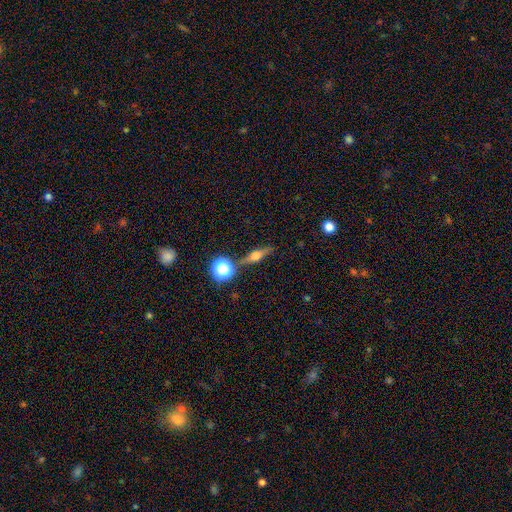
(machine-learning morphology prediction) smooth_or_featured: featured or disk (p=0.60) [alt: smooth p=0.29]
disk_edge_on: yes (p=0.94) [alt: no p=0.06]
edge_on_bulge: rounded (p=0.92) [alt: boxy p=0.06]
merging: none (p=0.82) [alt: minor disturbance p=0.10]